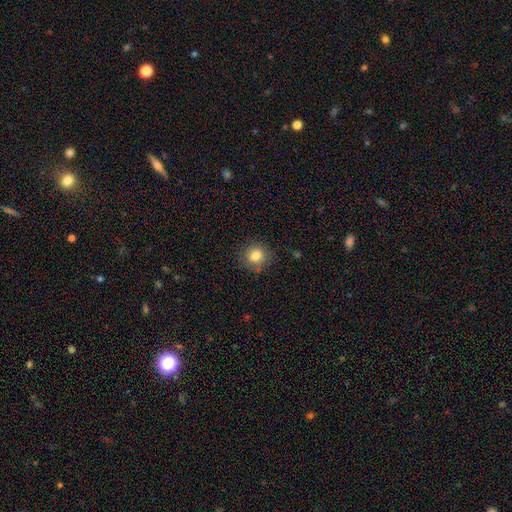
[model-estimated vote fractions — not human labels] Smooth or featured: smooth — 82% (star or artifact — 11%)
How rounded: round — 88% (in between — 11%)
Merging: none — 84% (minor disturbance — 12%)